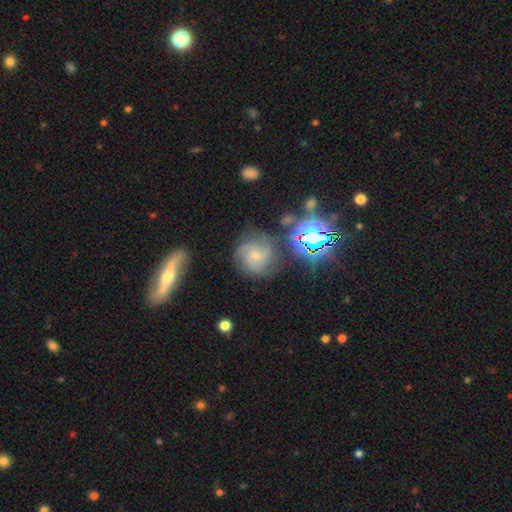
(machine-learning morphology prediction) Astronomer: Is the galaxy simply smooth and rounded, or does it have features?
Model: featured or disk — 61%.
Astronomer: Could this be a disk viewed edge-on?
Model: no — 97%.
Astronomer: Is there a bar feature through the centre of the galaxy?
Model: no — 64%.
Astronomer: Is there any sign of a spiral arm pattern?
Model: yes — 91%.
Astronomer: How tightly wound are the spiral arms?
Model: tight — 45% (runner-up: medium, 41%).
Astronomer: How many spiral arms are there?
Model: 3 — 35% (runner-up: can't tell, 24%).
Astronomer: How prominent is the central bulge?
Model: small — 55% (runner-up: moderate, 32%).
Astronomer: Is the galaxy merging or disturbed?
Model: none — 67%.